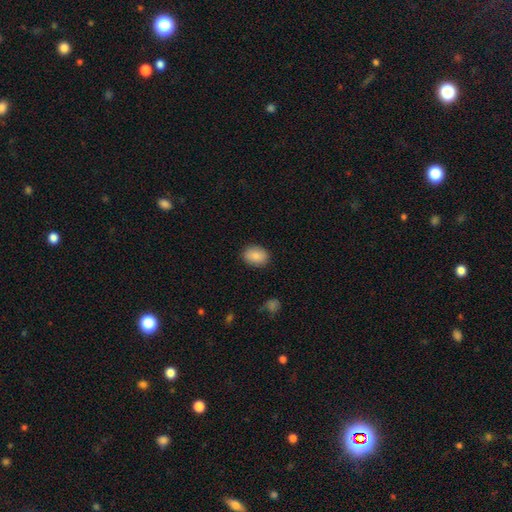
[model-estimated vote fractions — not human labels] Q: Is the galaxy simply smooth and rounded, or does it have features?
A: smooth — 86%.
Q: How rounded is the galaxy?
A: in between — 69%.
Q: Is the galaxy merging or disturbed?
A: none — 87%.